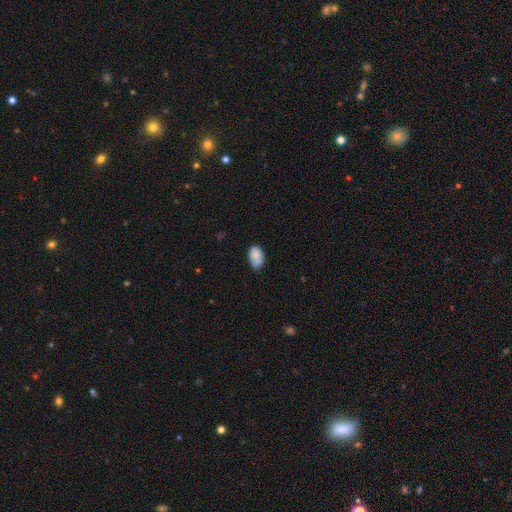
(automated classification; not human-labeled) Smooth or featured? Predicted: smooth (p=0.83). How rounded? Predicted: in between (p=0.89). Merging? Predicted: none (p=0.63).